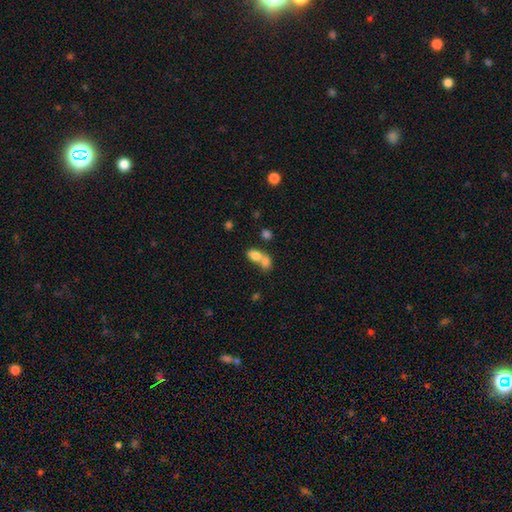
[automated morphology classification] This is likely a smooth galaxy (76%). How rounded: likely in between (73%). Merging: likely merger (67%).